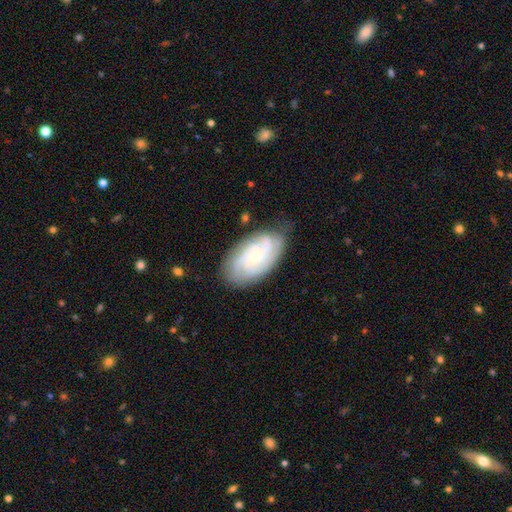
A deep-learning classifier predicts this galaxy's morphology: Overall: featured or disk (79%). Edge-on disk: no (96%). Bar: no (75%). Spiral arms: yes (96%). Spiral arm count: 3 (30%; can't tell 27%). Spiral winding: tight (66%; medium 28%). Bulge size: small (76%). Merging: none (75%).